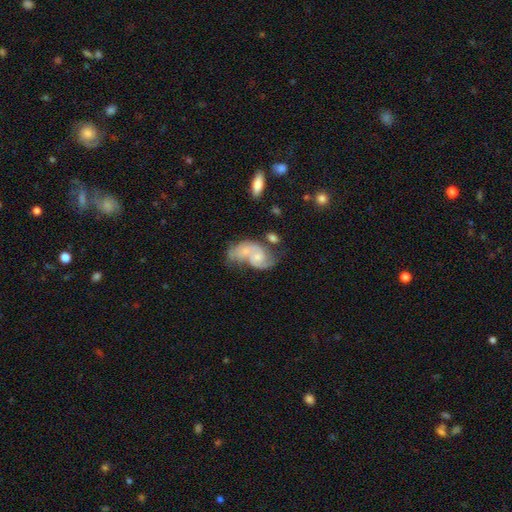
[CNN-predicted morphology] type=featured or disk (73%); edge-on=no (97%); bar=no (68%); spiral arms=yes (87%); winding=medium (47%); arm count=2 (80%); bulge=small (49%); merging=merger (49%).